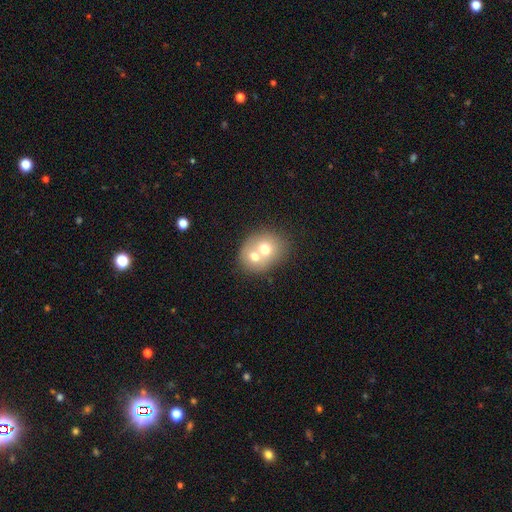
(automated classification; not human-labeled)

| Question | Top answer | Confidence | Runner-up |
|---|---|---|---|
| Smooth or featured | smooth | 62% | featured or disk (27%) |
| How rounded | round | 67% | in between (32%) |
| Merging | merger | 62% | none (29%) |